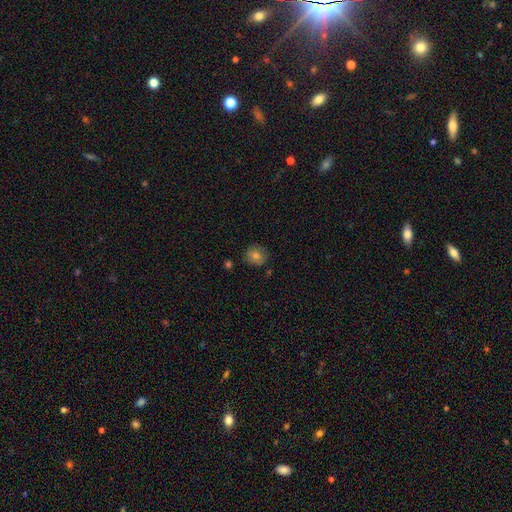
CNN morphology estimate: Q: Smooth or featured?
A: smooth (75%); runner-up: featured or disk (13%)
Q: How rounded?
A: round (84%); runner-up: in between (15%)
Q: Merging?
A: none (82%); runner-up: minor disturbance (12%)